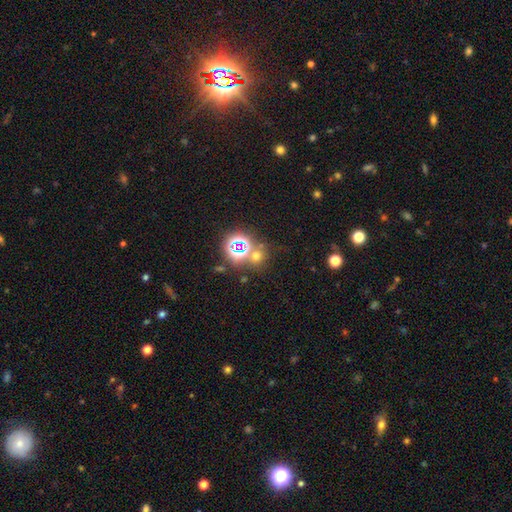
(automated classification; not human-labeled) This appears to be a smooth galaxy with no disk features (48%). Merging: none (65%).